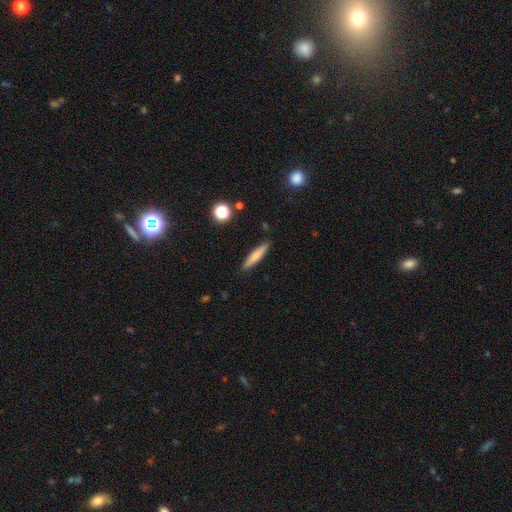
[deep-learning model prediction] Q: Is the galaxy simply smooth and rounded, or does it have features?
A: smooth — 74%.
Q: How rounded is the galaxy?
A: cigar-shaped — 87%.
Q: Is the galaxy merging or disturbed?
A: none — 88%.